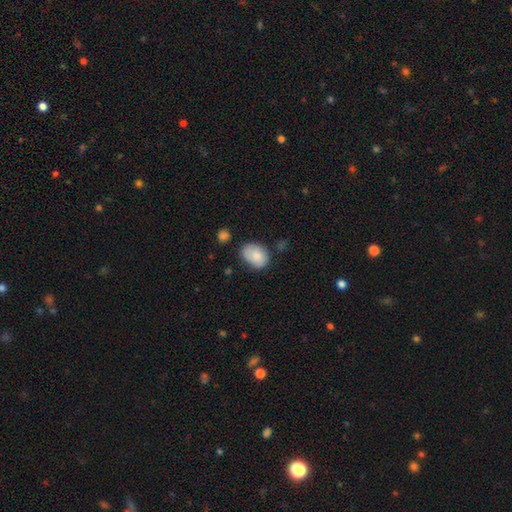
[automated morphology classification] The model was most divided on "merging": none: 60%, minor disturbance: 30%, major disturbance: 6%, merger: 4%. More confident: smooth or featured — smooth (78%); how rounded — in between (69%).